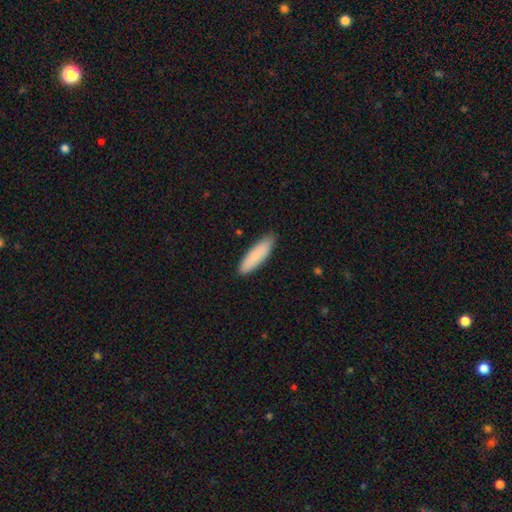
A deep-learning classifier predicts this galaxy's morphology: Smooth or featured?
  - smooth: 84% *
  - featured or disk: 11%
  - star or artifact: 6%
How rounded?
  - cigar-shaped: 60% *
  - in between: 38%
  - round: 2%
Merging?
  - none: 88% *
  - minor disturbance: 9%
  - major disturbance: 2%
  - merger: 1%